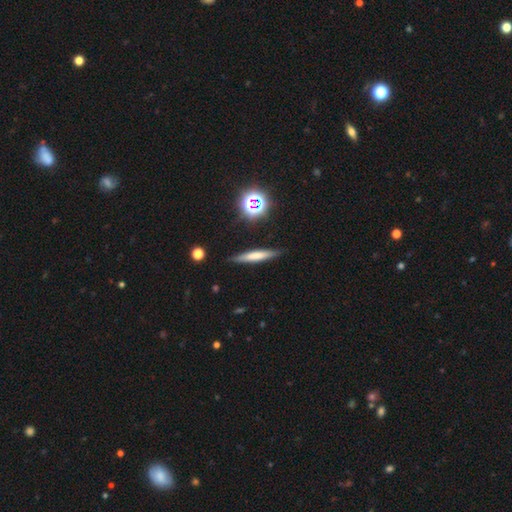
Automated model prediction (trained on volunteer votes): Smooth or featured? Predicted: smooth (p=0.59). How rounded? Predicted: cigar-shaped (p=0.91). Merging? Predicted: none (p=0.87).